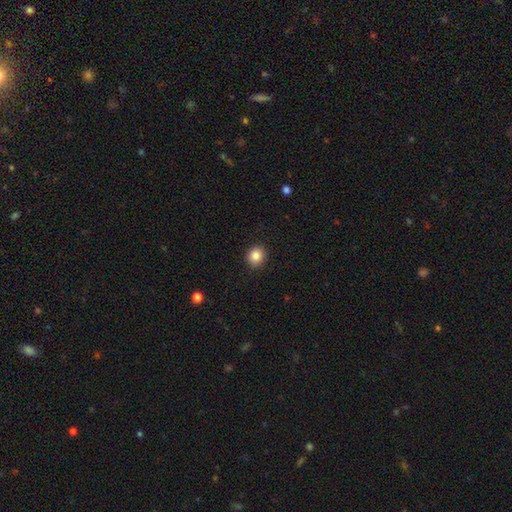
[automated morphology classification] A smooth galaxy with no disk features (85%) that is round (82%).

Vote fractions:
- Smooth or featured? smooth: 85% / star or artifact: 10% / featured or disk: 5%
- How rounded? round: 82% / in between: 17% / cigar-shaped: 1%
- Merging? none: 91% / minor disturbance: 6% / major disturbance: 2% / merger: 1%